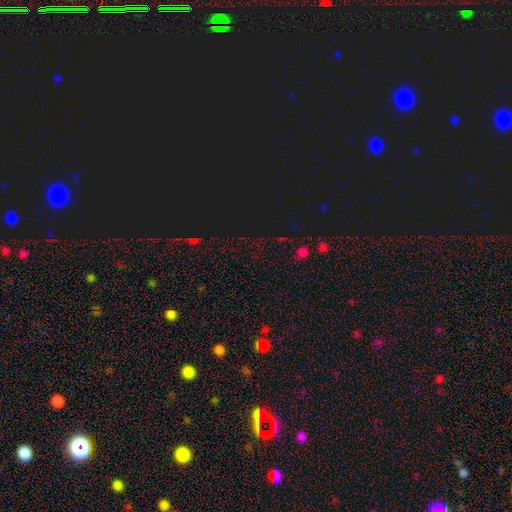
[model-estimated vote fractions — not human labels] Smooth or featured? star or artifact (72%)